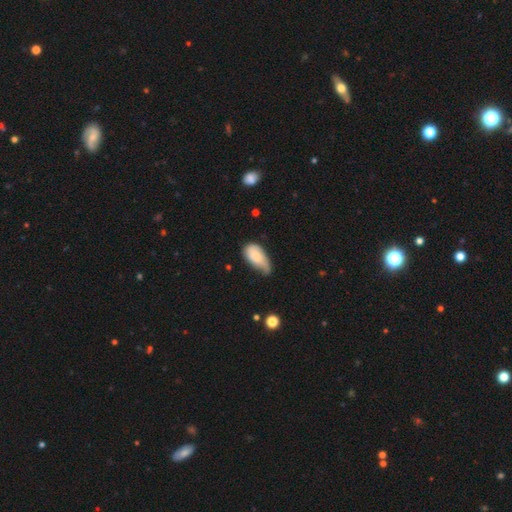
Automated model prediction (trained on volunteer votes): This appears to be a smooth galaxy with no disk features (75%) that is in between round and cigar-shaped (92%). Merging: minor disturbance (50%).